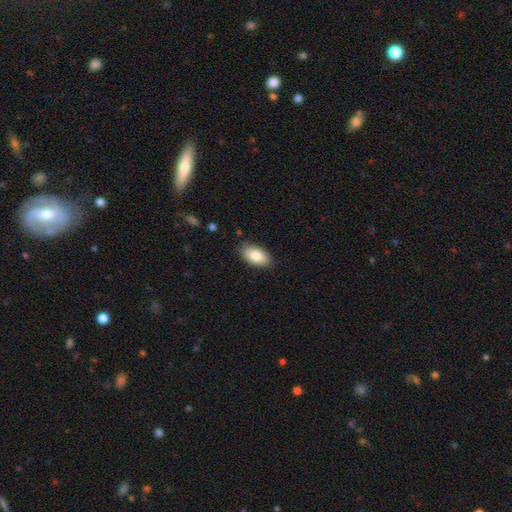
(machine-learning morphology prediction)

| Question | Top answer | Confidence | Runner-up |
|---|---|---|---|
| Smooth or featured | smooth | 83% | featured or disk (10%) |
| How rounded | in between | 93% | round (4%) |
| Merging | none | 83% | minor disturbance (13%) |